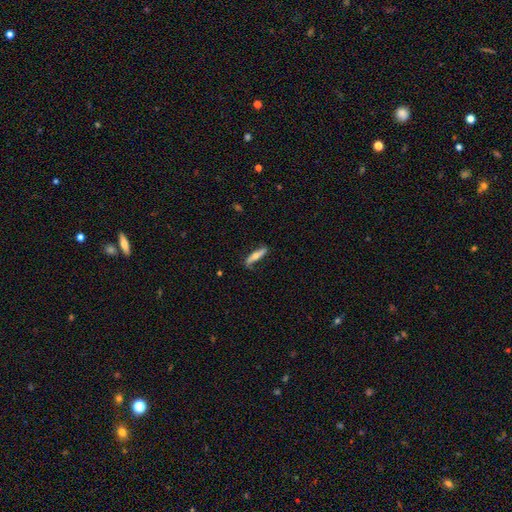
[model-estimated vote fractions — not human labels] A smooth galaxy with no disk features (50%). Merging: none (70%).